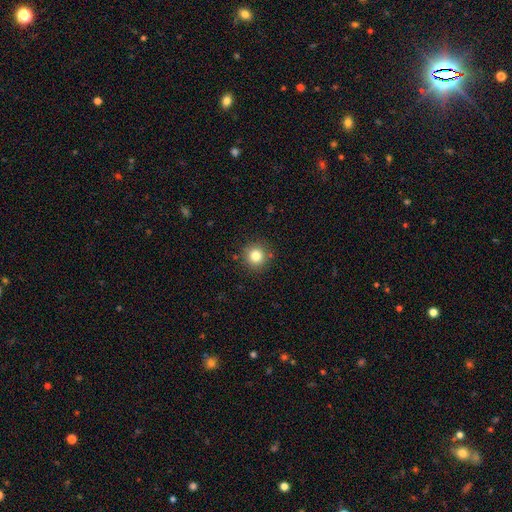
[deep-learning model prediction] The model was most divided on "smooth or featured": smooth: 82%, star or artifact: 11%, featured or disk: 6%. More confident: how rounded — round (94%); merging — none (88%).